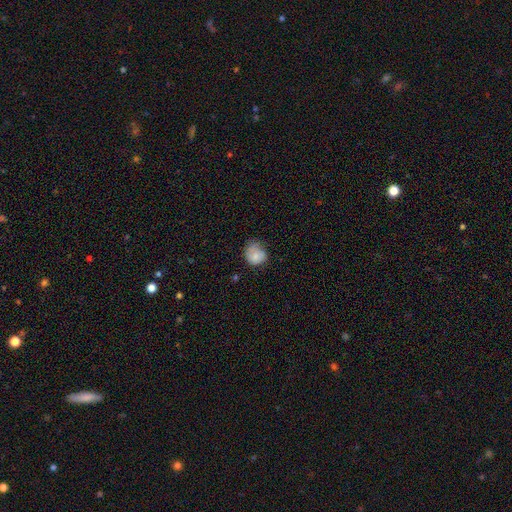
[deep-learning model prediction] Smooth or featured? smooth (79%)
How rounded? round (69%)
Merging? none (43%)